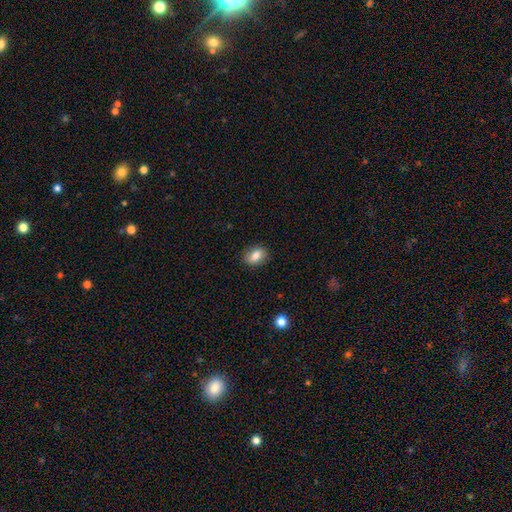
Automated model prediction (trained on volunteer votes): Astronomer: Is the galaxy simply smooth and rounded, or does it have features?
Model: smooth — 83%.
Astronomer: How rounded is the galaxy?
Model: in between — 76%.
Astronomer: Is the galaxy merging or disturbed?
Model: none — 86%.